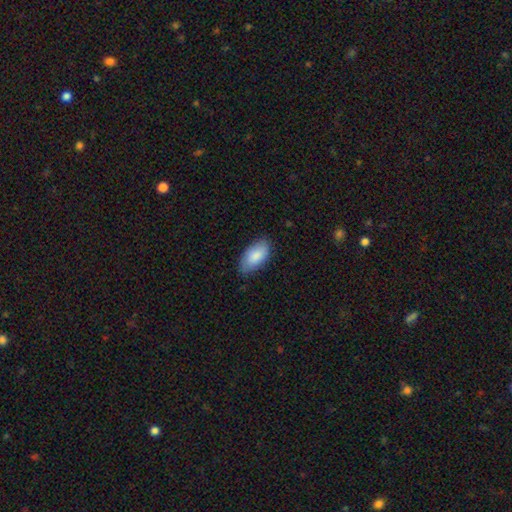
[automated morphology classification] Smooth or featured? smooth (86%)
How rounded? in between (93%)
Merging? none (78%)